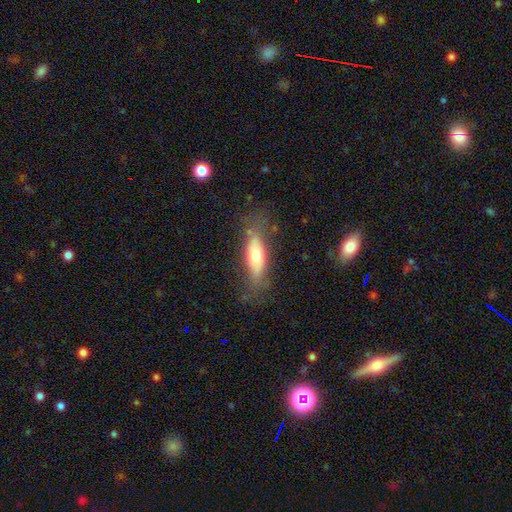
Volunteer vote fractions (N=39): Volunteers were most divided on "smooth or featured": smooth: 49%, featured or disk: 44%, star or artifact: 8%. More confident: merging — none (64%); how rounded — in between (53%).